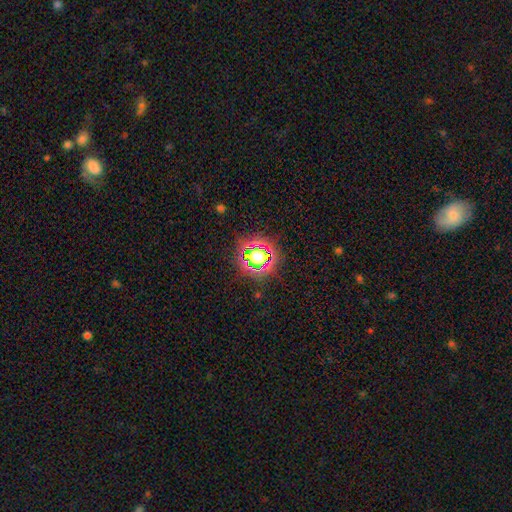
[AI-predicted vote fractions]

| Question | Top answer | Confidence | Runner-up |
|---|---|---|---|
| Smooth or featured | star or artifact | 52% | smooth (37%) |